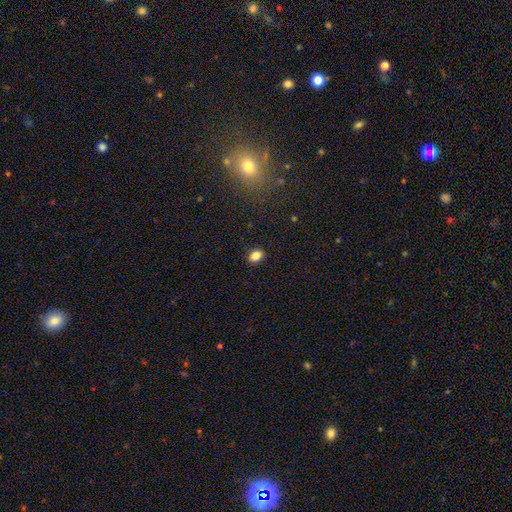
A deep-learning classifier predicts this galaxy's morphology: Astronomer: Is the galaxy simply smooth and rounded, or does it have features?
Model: smooth — 85%.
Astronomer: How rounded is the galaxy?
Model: in between — 70%.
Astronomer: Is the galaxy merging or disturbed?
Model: none — 89%.